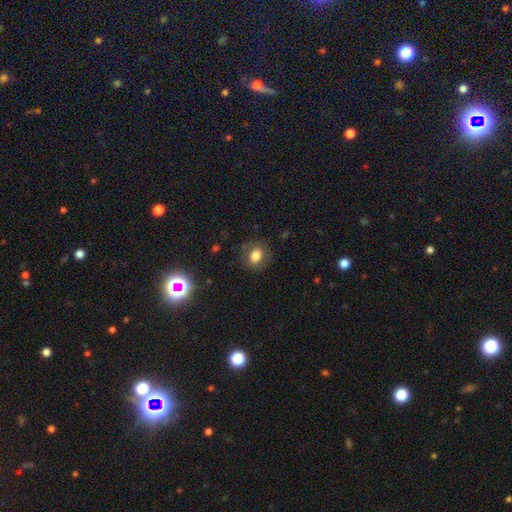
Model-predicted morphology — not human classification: smooth 75%, featured or disk 14%, star or artifact 12%. Down the decision tree: how rounded — round (59%); merging — none (81%).